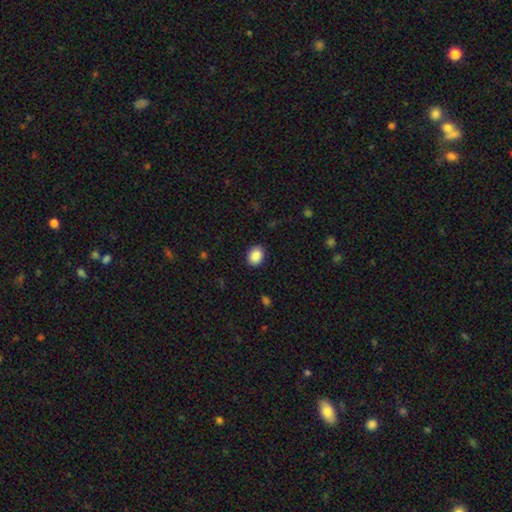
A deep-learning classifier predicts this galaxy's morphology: type=smooth (89%); roundness=in between (58%); merging=none (89%).